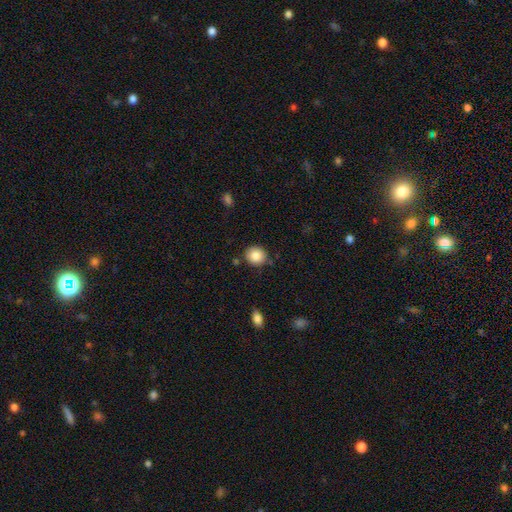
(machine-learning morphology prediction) smooth 85%, star or artifact 9%, featured or disk 6%. Down the decision tree: how rounded — round (84%); merging — none (82%).